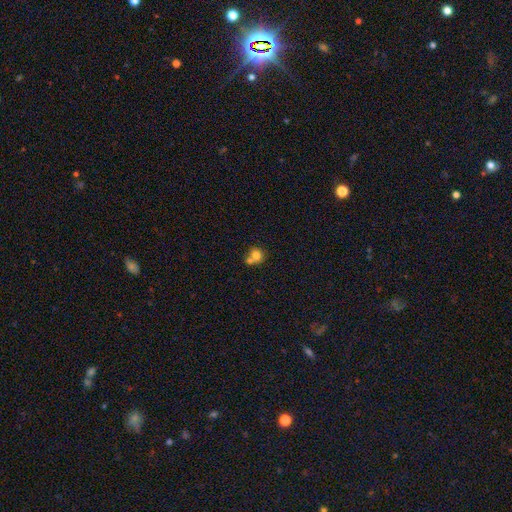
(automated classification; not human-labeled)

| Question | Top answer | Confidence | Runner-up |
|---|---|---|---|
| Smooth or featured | smooth | 76% | featured or disk (13%) |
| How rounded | round | 78% | in between (21%) |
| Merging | merger | 49% | none (39%) |